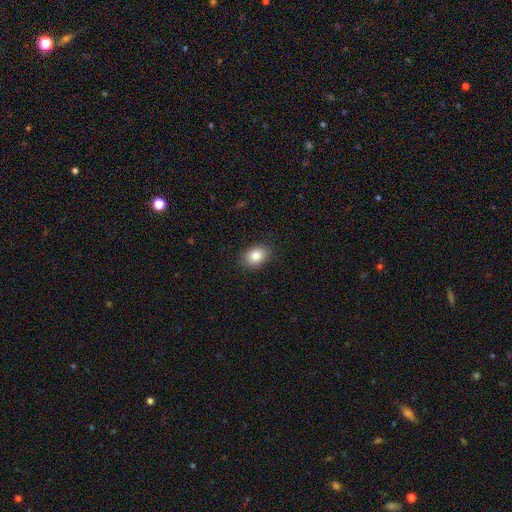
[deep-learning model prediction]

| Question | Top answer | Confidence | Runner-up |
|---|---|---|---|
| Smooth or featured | smooth | 83% | star or artifact (9%) |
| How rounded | in between | 72% | round (27%) |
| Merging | none | 87% | minor disturbance (10%) |